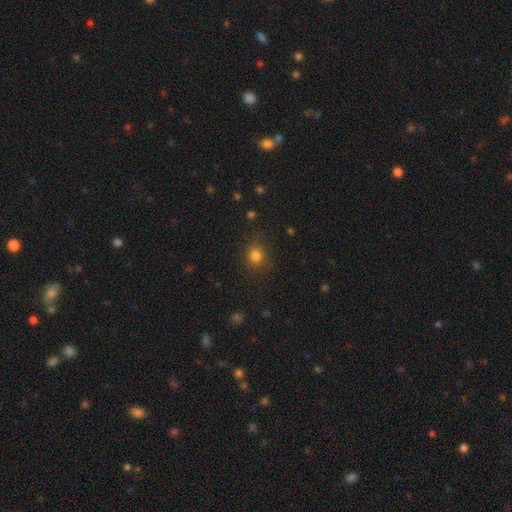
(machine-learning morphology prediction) type=smooth (80%); roundness=round (76%); merging=none (84%).